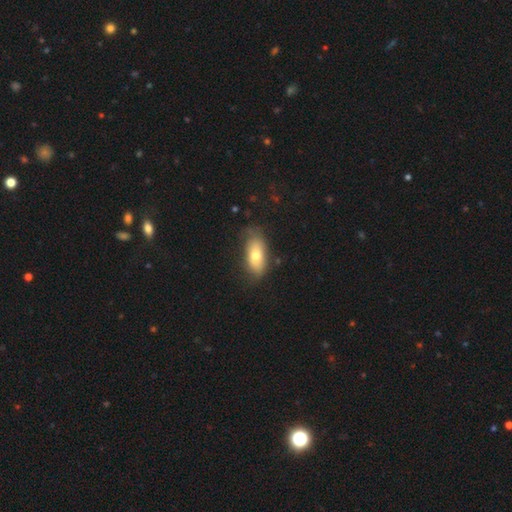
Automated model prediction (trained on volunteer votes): Smooth or featured? smooth (72%)
How rounded? in between (85%)
Merging? none (68%)